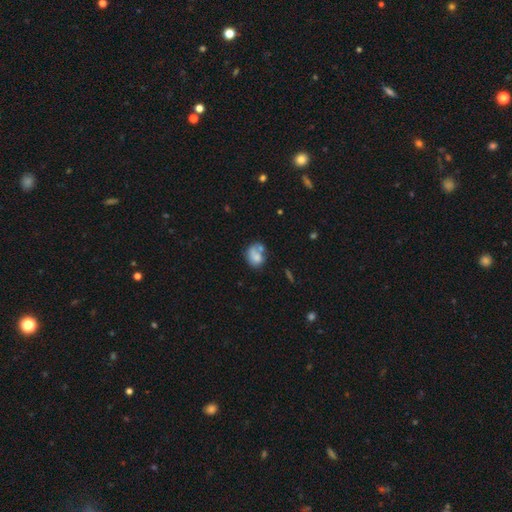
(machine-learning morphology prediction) Smooth or featured: smooth — 69% (featured or disk — 21%)
How rounded: in between — 53% (round — 46%)
Merging: none — 34% (tied with merger — 34%)